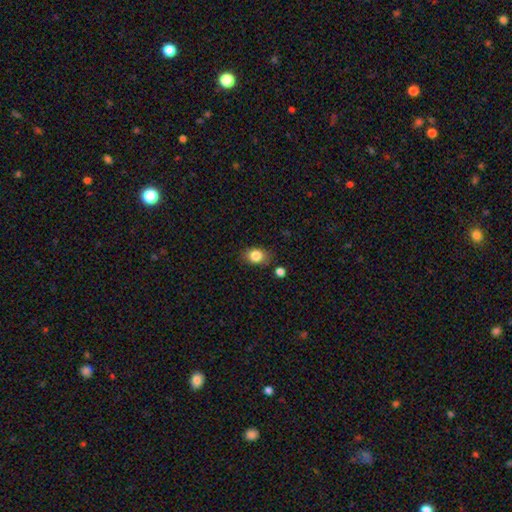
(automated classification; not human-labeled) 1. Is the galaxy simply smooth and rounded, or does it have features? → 83% smooth, 10% star or artifact, 7% featured or disk.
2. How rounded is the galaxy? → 58% in between, 41% round, 1% cigar-shaped.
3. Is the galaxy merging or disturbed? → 78% none, 14% minor disturbance, 4% merger, 4% major disturbance.